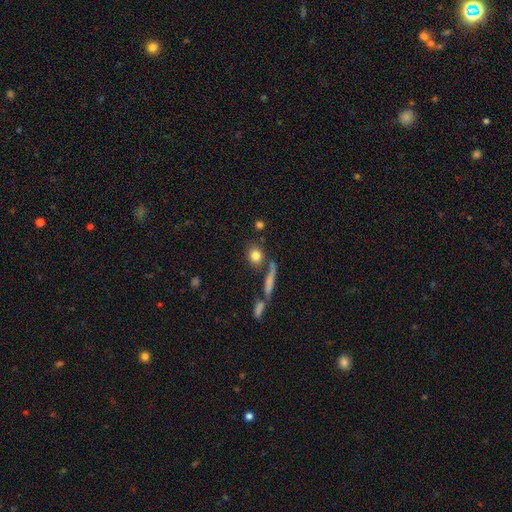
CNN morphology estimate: This appears to be a smooth galaxy with no disk features (80%) that is round (71%). Merging: none (70%).